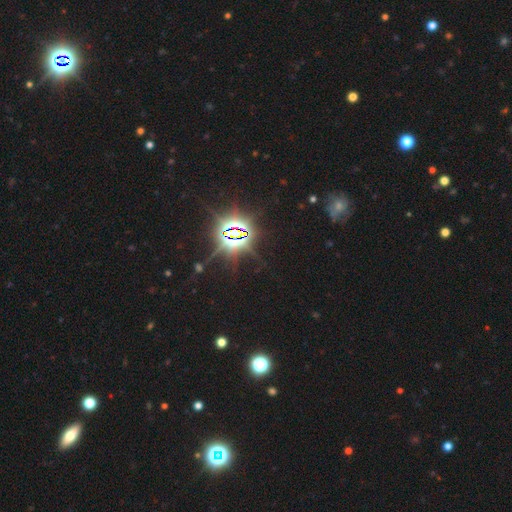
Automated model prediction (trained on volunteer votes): This is clearly a star or artifact rather than a galaxy (86%).